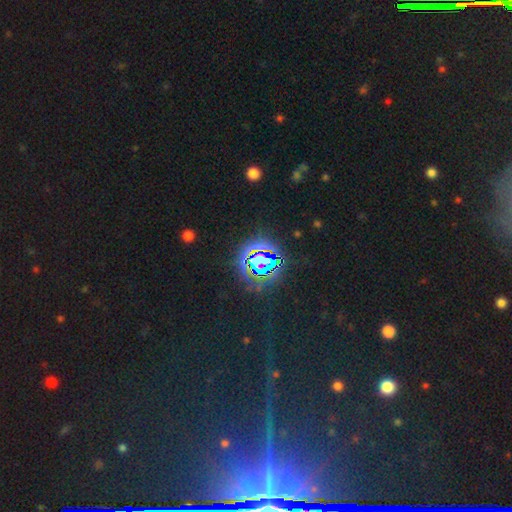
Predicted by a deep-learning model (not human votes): This appears to be a star or artifact, not a galaxy (77%).